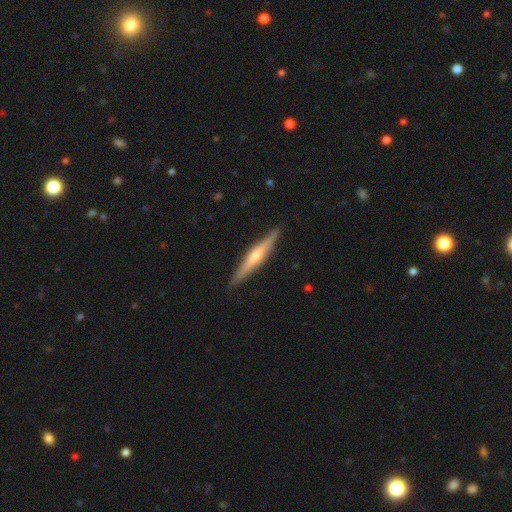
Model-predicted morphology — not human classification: type=featured or disk (65%); edge-on=yes (97%); edge-on bulge=rounded (83%); merging=none (90%).